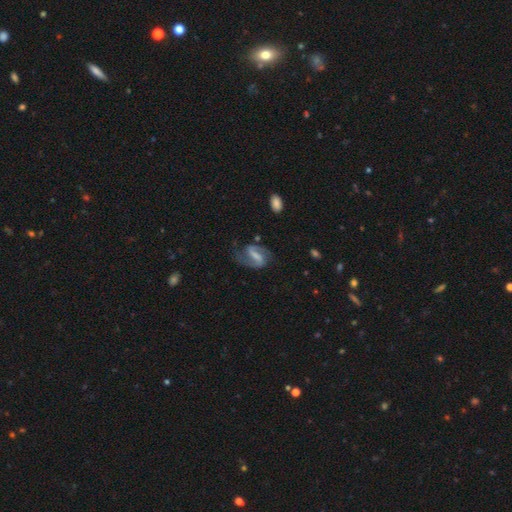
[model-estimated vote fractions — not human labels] This appears to be a featured or disk galaxy (84%) with a strong bar (50%), 2 (89%) medium (53%) spiral arms (95%) and no central bulge (39%). Merging: none (66%).